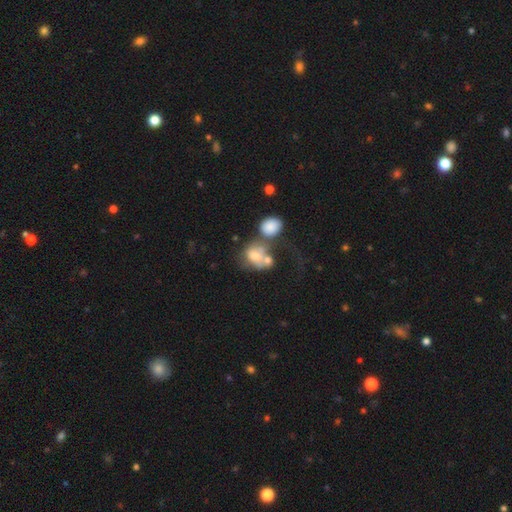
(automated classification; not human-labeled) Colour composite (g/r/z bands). It shows a smooth galaxy with no disk features (61%) that is in between round and cigar-shaped (50%). Merging: merger (51%).